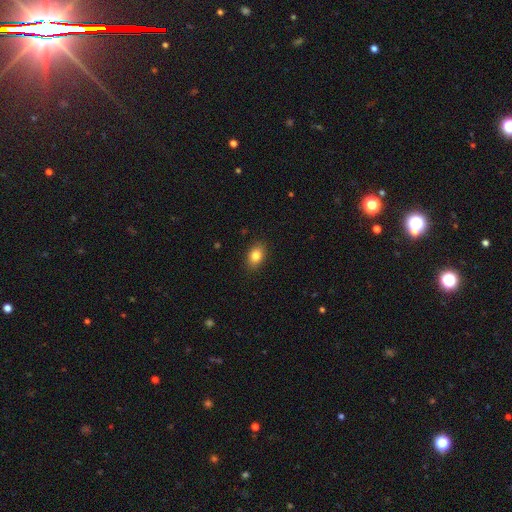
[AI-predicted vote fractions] smooth-or-featured: smooth: 83% | star or artifact: 9% | featured or disk: 8%
  how-rounded: in between: 78% | round: 20% | cigar-shaped: 2%
  merging: none: 88% | minor disturbance: 9% | major disturbance: 2% | merger: 1%